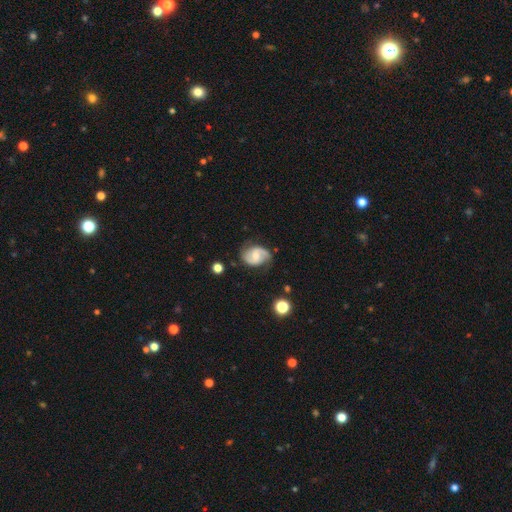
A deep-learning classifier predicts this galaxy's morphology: A featured or disk galaxy (78%) with a weak bar (47%), 2 (90%) medium (49%) spiral arms (95%) and a moderate central bulge (46%). Merging: none (75%).